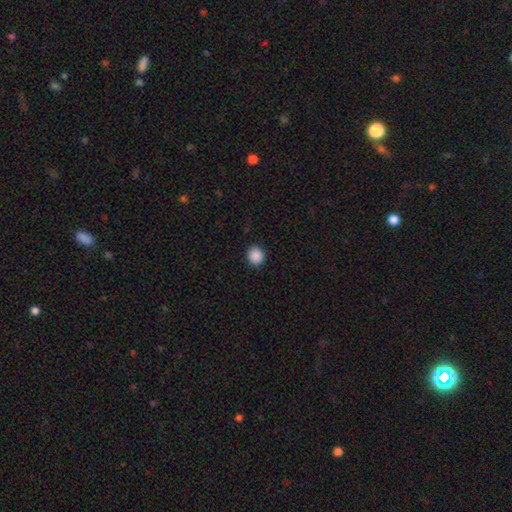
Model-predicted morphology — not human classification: Smooth or featured?
  - smooth: 89% *
  - star or artifact: 9%
  - featured or disk: 2%
How rounded?
  - round: 91% *
  - in between: 8%
  - cigar-shaped: 1%
Merging?
  - none: 92% *
  - minor disturbance: 5%
  - major disturbance: 2%
  - merger: 1%